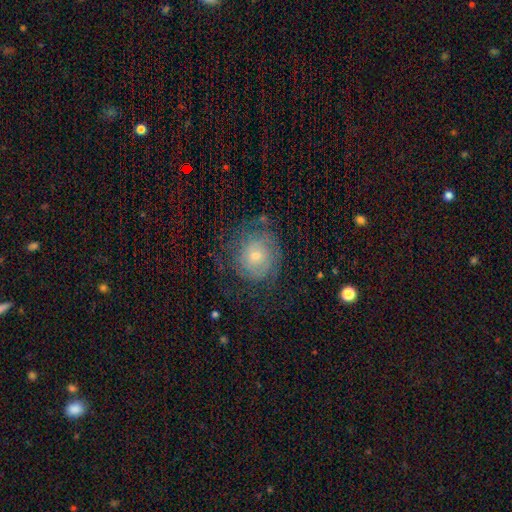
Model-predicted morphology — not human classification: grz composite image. It shows a featured or disk galaxy (60%) with no bar (77%), spiral arms (79%) and a small central bulge (60%). Merging: none (64%).